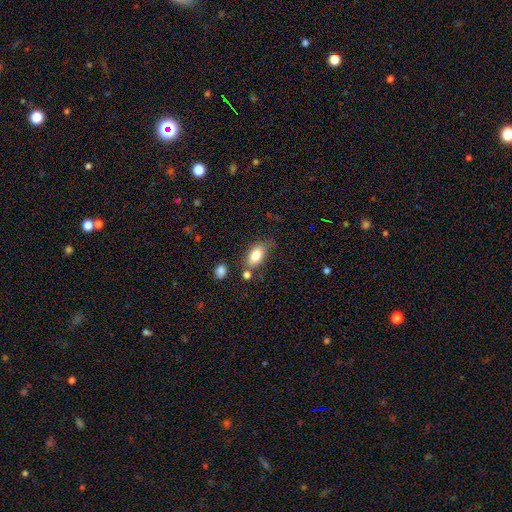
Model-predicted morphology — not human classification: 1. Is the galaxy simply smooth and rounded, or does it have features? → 82% smooth, 10% featured or disk, 8% star or artifact.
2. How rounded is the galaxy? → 89% in between, 7% round, 4% cigar-shaped.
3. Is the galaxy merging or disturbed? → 66% none, 18% minor disturbance, 11% merger, 6% major disturbance.